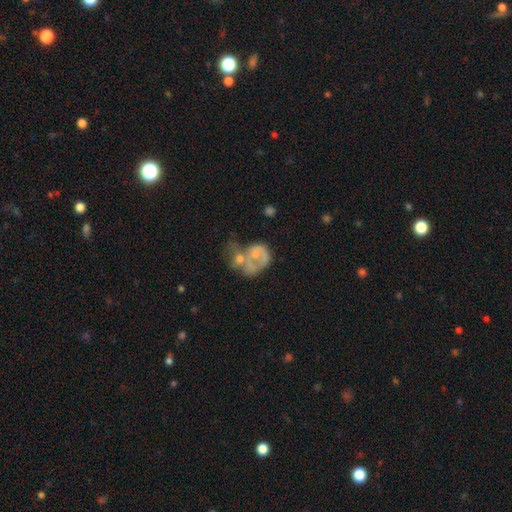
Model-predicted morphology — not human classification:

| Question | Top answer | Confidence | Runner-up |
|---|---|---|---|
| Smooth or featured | featured or disk | 50% | smooth (40%) |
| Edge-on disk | no | 97% | yes (3%) |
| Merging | merger | 51% | major disturbance (20%) |